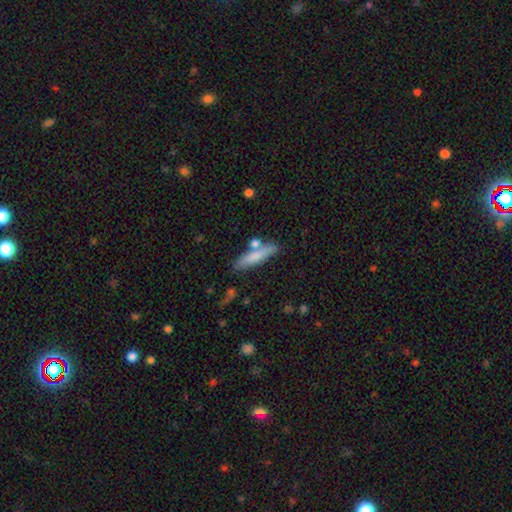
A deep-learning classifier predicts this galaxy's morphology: type=smooth (73%); roundness=cigar-shaped (83%); merging=none (74%).